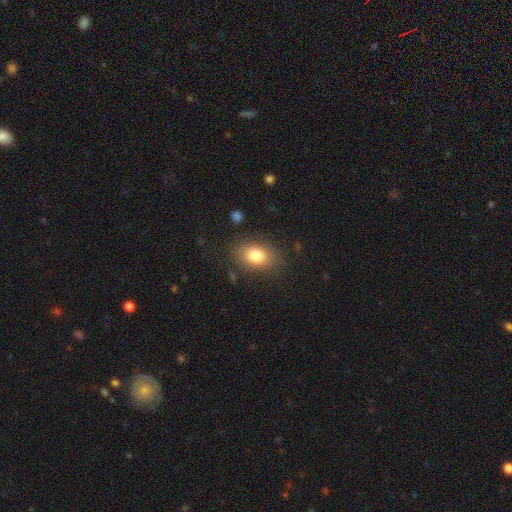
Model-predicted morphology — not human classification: Smooth or featured? Predicted: smooth (p=0.80). How rounded? Predicted: in between (p=0.81). Merging? Predicted: none (p=0.83).